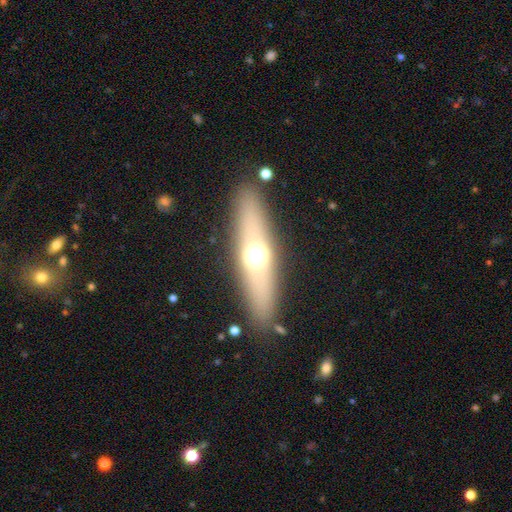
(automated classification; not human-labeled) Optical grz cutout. It shows a featured or disk galaxy (45%). Merging: none (88%).